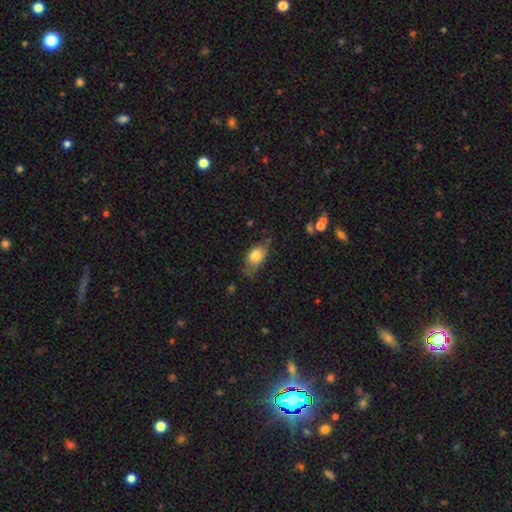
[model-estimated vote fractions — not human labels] Overall: smooth (76%). How rounded: in between (83%). Merging: none (51%; minor disturbance 35%).